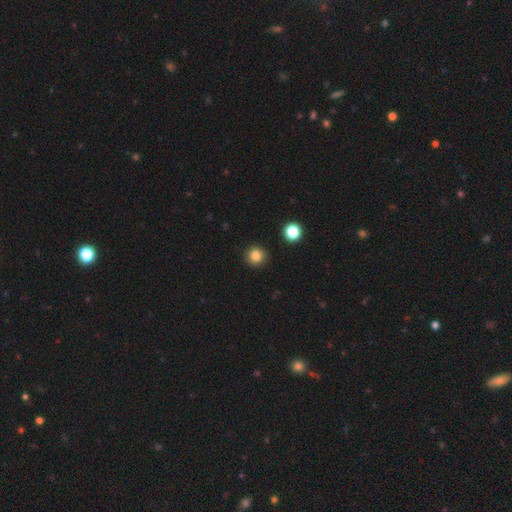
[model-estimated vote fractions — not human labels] A smooth galaxy with no disk features (83%) that is round (95%).

Vote fractions:
- Smooth or featured? smooth: 83% / star or artifact: 12% / featured or disk: 5%
- How rounded? round: 95% / in between: 4% / cigar-shaped: 1%
- Merging? none: 92% / minor disturbance: 5% / major disturbance: 2% / merger: 1%